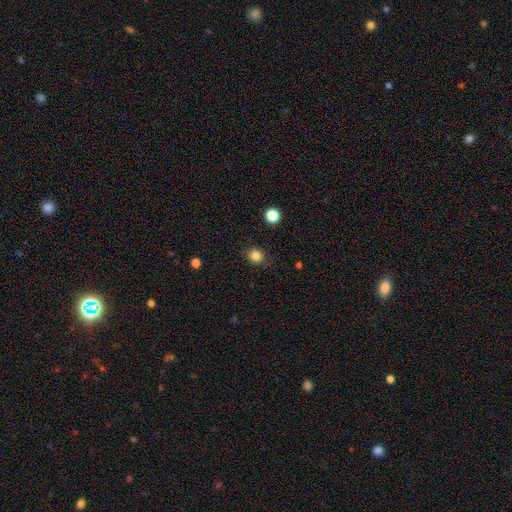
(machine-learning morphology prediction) The model was most divided on "smooth or featured": smooth: 84%, star or artifact: 12%, featured or disk: 4%. More confident: merging — none (88%); how rounded — round (86%).